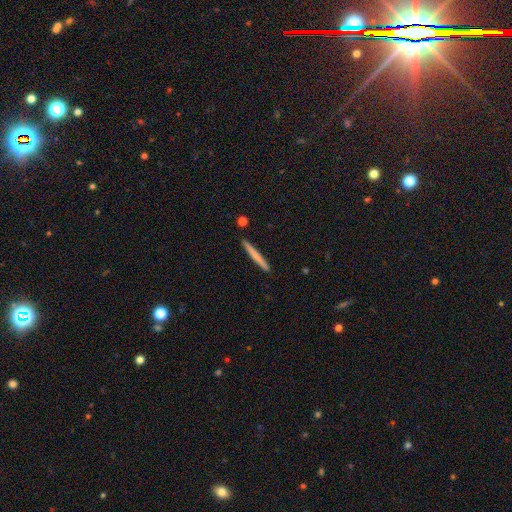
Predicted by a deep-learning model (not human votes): Smooth or featured: smooth — 66% (featured or disk — 29%)
How rounded: cigar-shaped — 97% (in between — 2%)
Merging: none — 91% (minor disturbance — 6%)